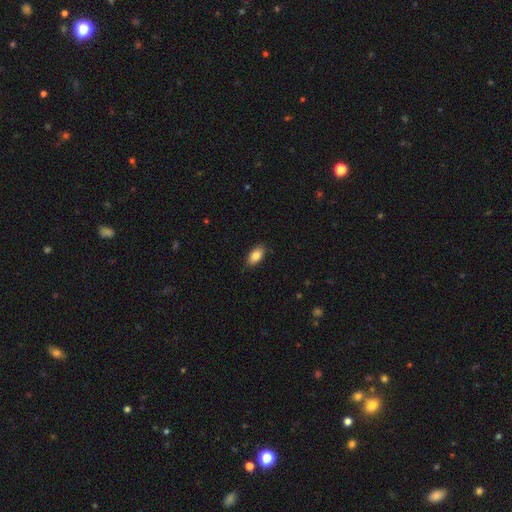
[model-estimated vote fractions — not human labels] Q: Smooth or featured?
A: smooth (84%); runner-up: featured or disk (9%)
Q: How rounded?
A: in between (91%); runner-up: round (5%)
Q: Merging?
A: none (87%); runner-up: minor disturbance (10%)